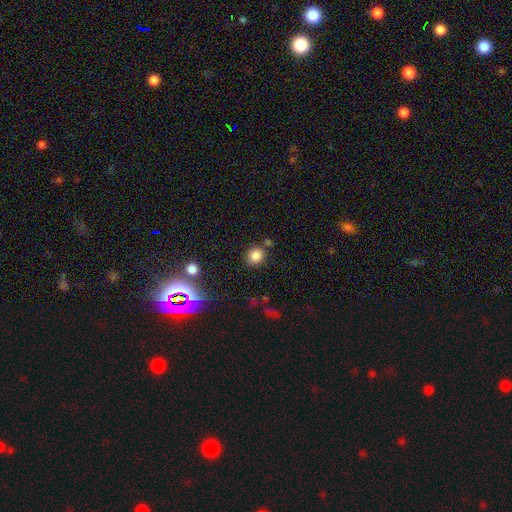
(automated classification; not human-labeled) The model was most divided on "how rounded": round: 80%, in between: 19%, cigar-shaped: 1%. More confident: smooth or featured — smooth (82%); merging — none (79%).